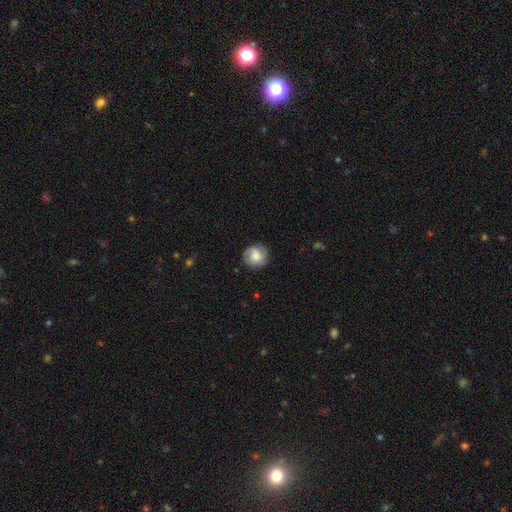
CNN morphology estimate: A smooth galaxy with no disk features (49%).

Vote fractions:
- Smooth or featured? smooth: 49% / featured or disk: 43% / star or artifact: 8%
- Merging? none: 81% / minor disturbance: 14% / major disturbance: 4% / merger: 1%